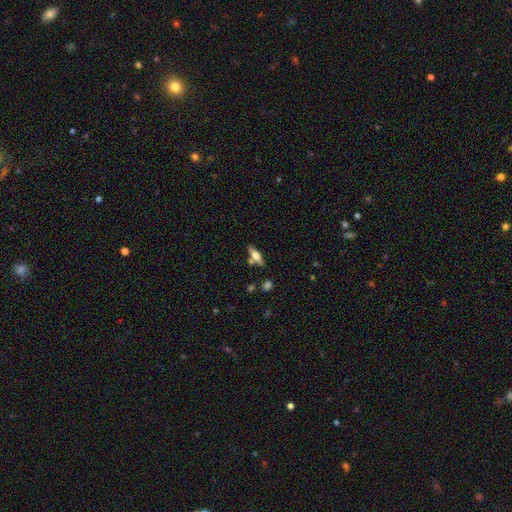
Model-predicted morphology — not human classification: Overall: smooth (50%; featured or disk 42%). How rounded: cigar-shaped (53%; in between 44%). Merging: none (75%).